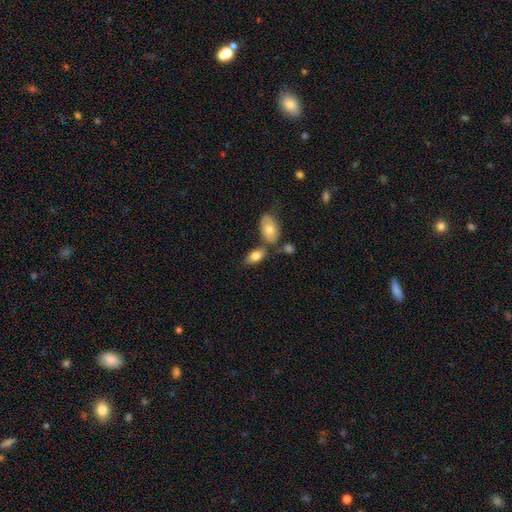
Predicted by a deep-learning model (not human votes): The model was most divided on "merging": none: 54%, merger: 29%, minor disturbance: 13%, major disturbance: 4%. More confident: how rounded — in between (90%); smooth or featured — smooth (77%).